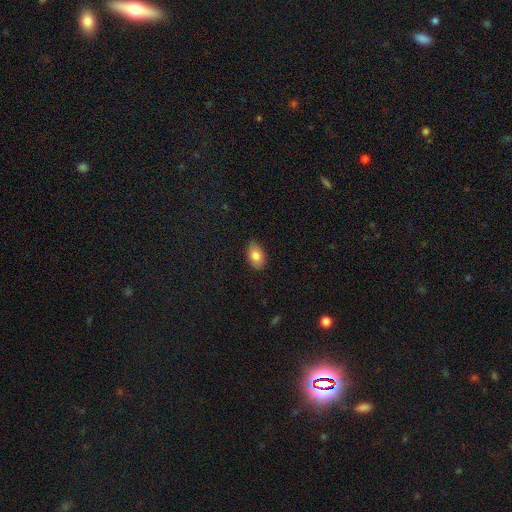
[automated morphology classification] Overall: smooth (82%). How rounded: in between (90%). Merging: none (82%).